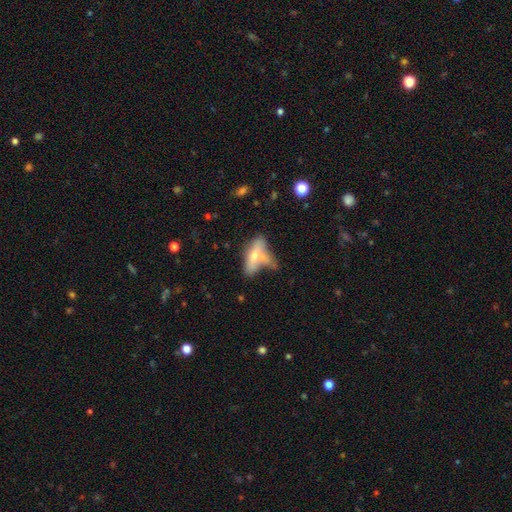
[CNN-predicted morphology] This is possibly a smooth galaxy (56%). How rounded: likely in between (64%). Merging: marginally merger (38%).